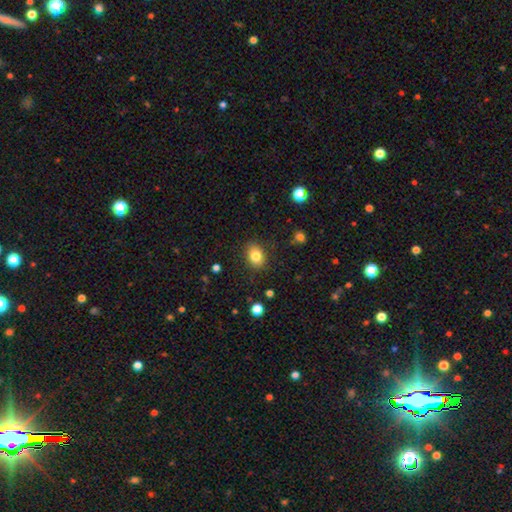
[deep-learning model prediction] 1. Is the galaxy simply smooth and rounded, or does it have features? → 82% smooth, 10% star or artifact, 8% featured or disk.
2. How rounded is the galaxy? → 67% in between, 31% round, 1% cigar-shaped.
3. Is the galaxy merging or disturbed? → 85% none, 11% minor disturbance, 3% major disturbance, 1% merger.